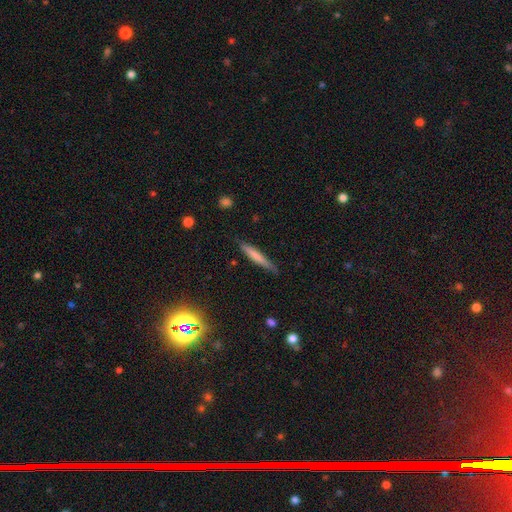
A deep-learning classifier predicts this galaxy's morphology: Q: Smooth or featured?
A: smooth (68%); runner-up: featured or disk (26%)
Q: How rounded?
A: cigar-shaped (94%); runner-up: in between (5%)
Q: Merging?
A: none (82%); runner-up: minor disturbance (14%)